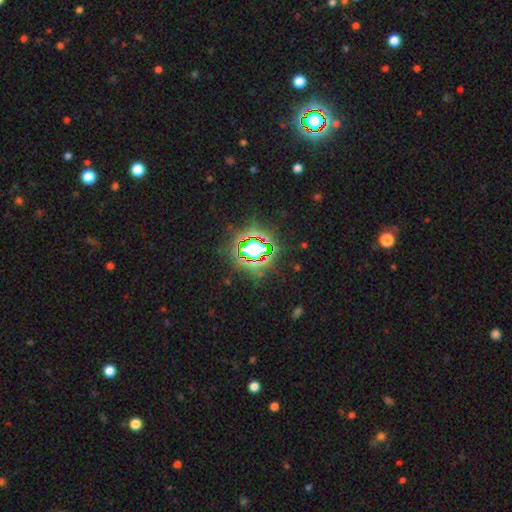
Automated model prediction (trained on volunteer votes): Morphology: type=star or artifact (85%).